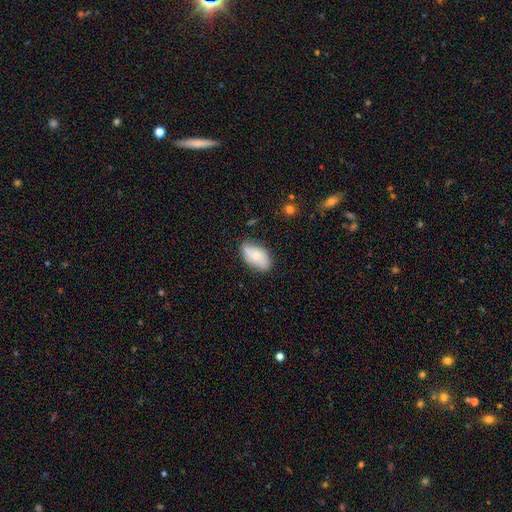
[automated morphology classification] Smooth or featured? Predicted: smooth (p=0.66). How rounded? Predicted: in between (p=0.93). Merging? Predicted: none (p=0.67).